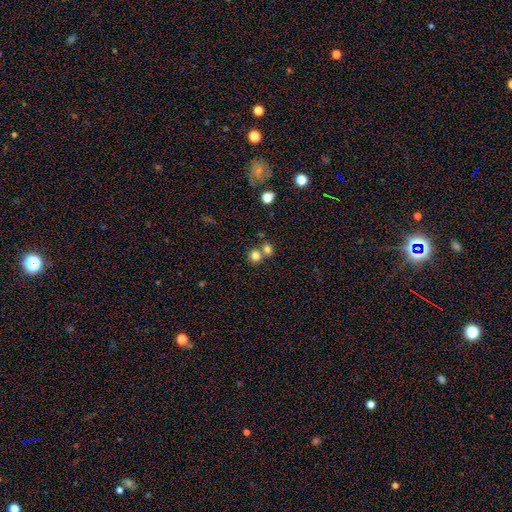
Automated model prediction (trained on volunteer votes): This is likely a smooth galaxy (79%). How rounded: clearly round (89%). Merging: possibly none (53%).